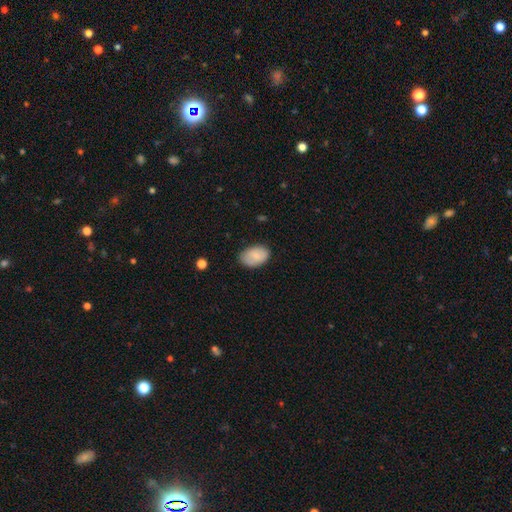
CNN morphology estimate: type=smooth (82%); roundness=in between (90%); merging=none (77%).